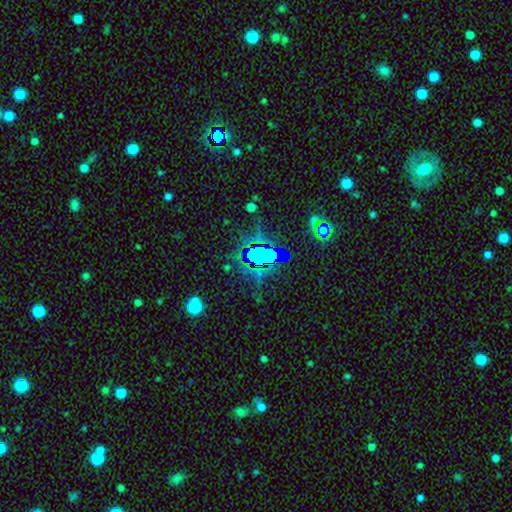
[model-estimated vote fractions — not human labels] This appears to be a star or artifact, not a galaxy (71%).